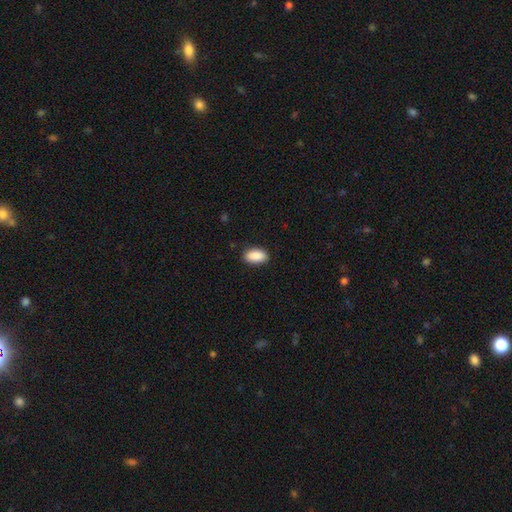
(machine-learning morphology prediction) Smooth or featured? smooth (90%)
How rounded? in between (93%)
Merging? none (88%)